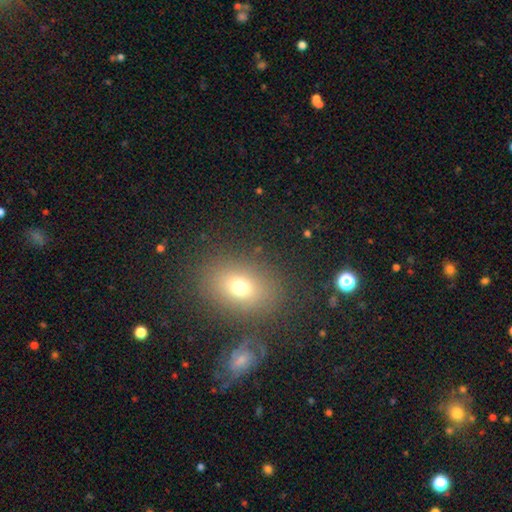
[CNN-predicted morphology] type=smooth (66%); roundness=in between (67%); merging=none (81%).